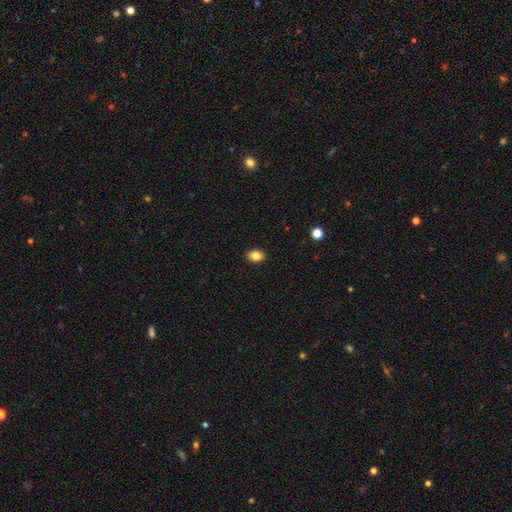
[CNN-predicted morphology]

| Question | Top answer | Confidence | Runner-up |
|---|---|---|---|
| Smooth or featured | smooth | 85% | star or artifact (9%) |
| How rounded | in between | 76% | round (23%) |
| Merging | none | 90% | minor disturbance (7%) |